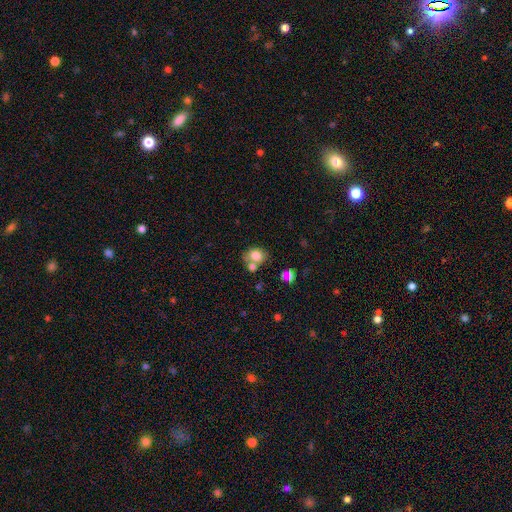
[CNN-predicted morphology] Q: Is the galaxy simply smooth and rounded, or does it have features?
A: smooth — 78%.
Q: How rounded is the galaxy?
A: round — 56%.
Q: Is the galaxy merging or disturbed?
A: none — 51%.